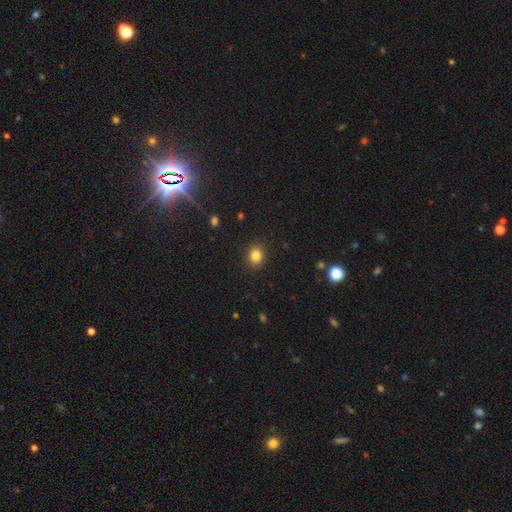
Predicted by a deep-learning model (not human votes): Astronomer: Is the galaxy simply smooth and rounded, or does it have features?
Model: smooth — 83%.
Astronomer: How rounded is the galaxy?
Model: round — 69%.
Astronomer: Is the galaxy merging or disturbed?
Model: none — 90%.